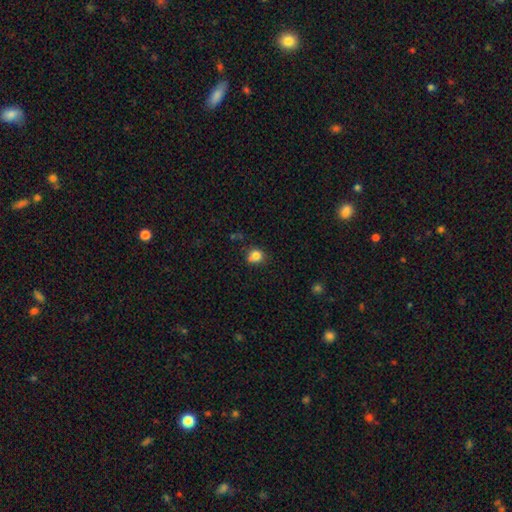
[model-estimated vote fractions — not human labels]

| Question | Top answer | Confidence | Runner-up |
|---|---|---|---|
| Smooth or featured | smooth | 81% | star or artifact (12%) |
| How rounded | round | 82% | in between (17%) |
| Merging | none | 65% | minor disturbance (19%) |